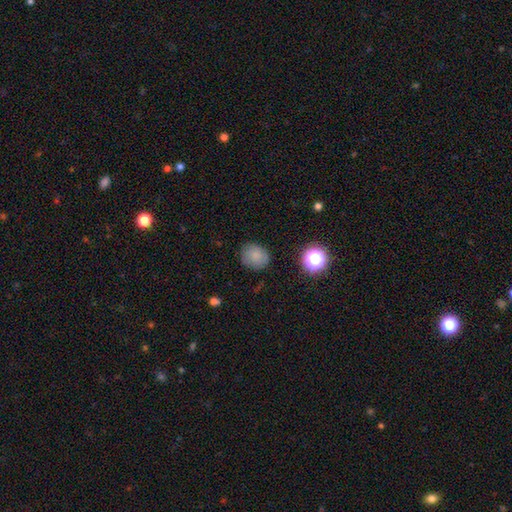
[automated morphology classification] Smooth or featured? smooth (81%)
How rounded? round (72%)
Merging? none (79%)